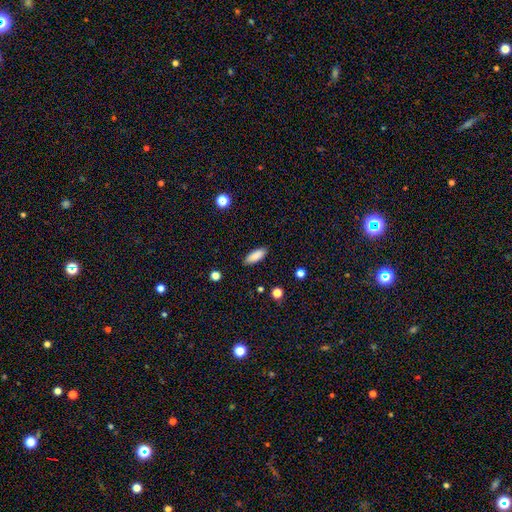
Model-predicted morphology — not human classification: This is clearly a smooth galaxy (88%). How rounded: likely in between (71%). Merging: clearly none (89%).